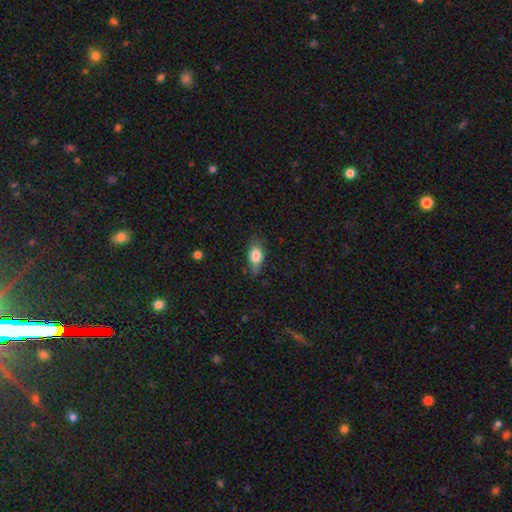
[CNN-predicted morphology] The model was most divided on "merging": none: 68%, minor disturbance: 24%, major disturbance: 6%, merger: 2%. More confident: how rounded — in between (80%); smooth or featured — smooth (76%).